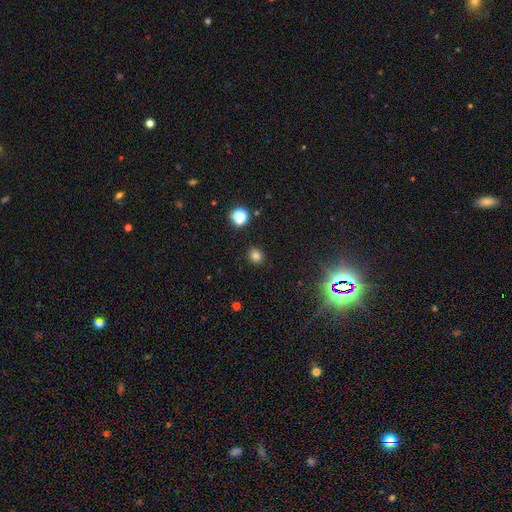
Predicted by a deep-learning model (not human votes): Smooth or featured? smooth (78%)
How rounded? round (76%)
Merging? none (89%)